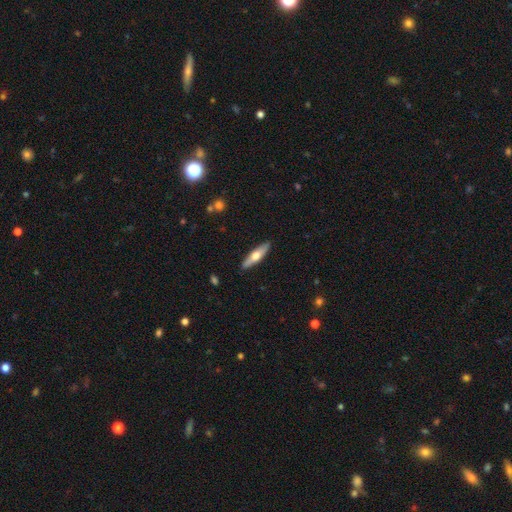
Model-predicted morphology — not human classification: Q: Smooth or featured?
A: smooth (48%); runner-up: featured or disk (47%)
Q: Merging?
A: none (90%); runner-up: minor disturbance (8%)